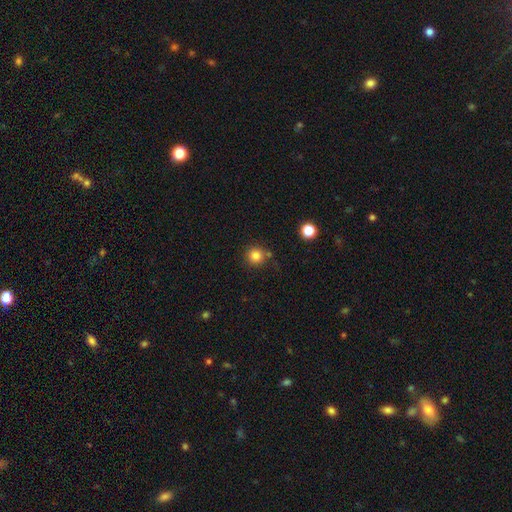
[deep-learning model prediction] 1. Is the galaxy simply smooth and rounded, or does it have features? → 83% smooth, 12% star or artifact, 5% featured or disk.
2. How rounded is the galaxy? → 94% round, 5% in between, 1% cigar-shaped.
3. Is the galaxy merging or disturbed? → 80% none, 10% minor disturbance, 8% merger, 3% major disturbance.